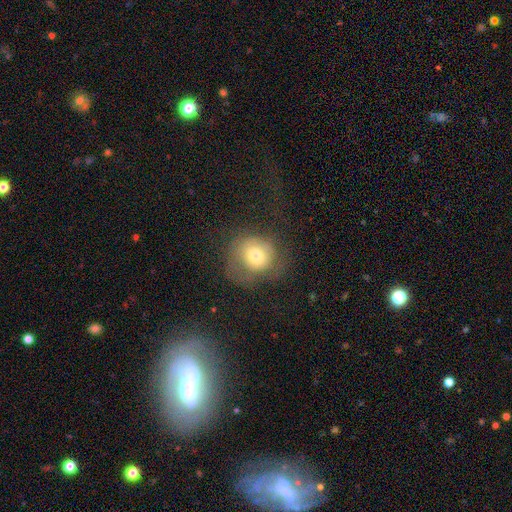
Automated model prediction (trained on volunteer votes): Smooth or featured?
  - smooth: 64% *
  - featured or disk: 25%
  - star or artifact: 11%
How rounded?
  - round: 79% *
  - in between: 20%
  - cigar-shaped: 1%
Merging?
  - none: 45% *
  - major disturbance: 32%
  - minor disturbance: 21%
  - merger: 2%